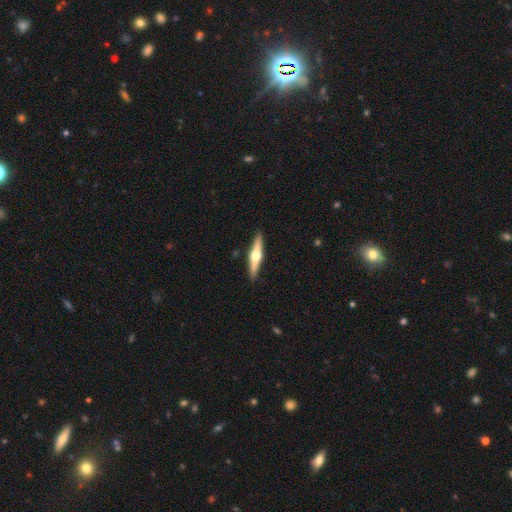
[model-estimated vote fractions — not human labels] This appears to be a featured or disk galaxy (69%) viewed edge-on (97%) with a rounded central bulge (96%). Merging: none (91%).